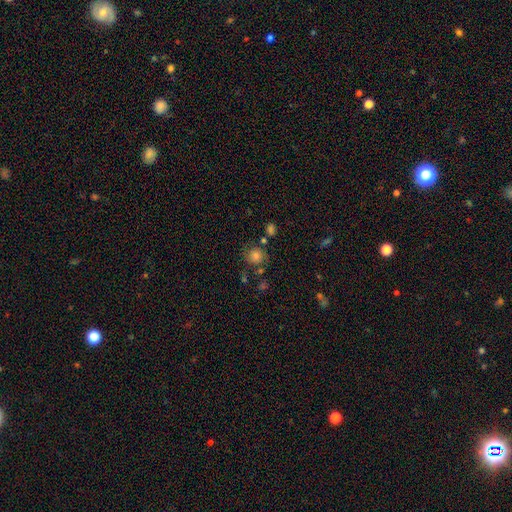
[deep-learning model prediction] Overall: smooth (71%). How rounded: round (85%). Merging: none (67%).